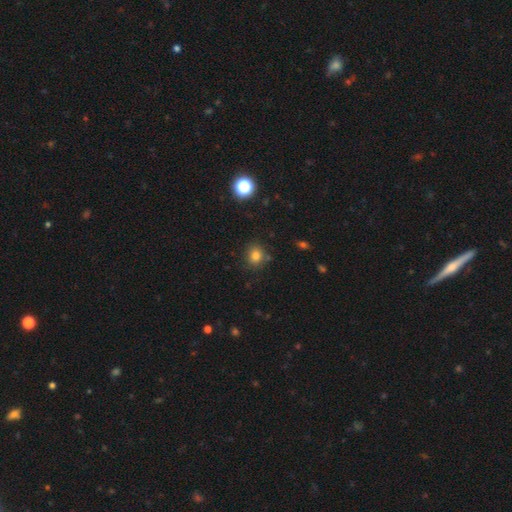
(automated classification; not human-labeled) The model was most divided on "how rounded": round: 75%, in between: 24%, cigar-shaped: 1%. More confident: merging — none (82%); smooth or featured — smooth (79%).